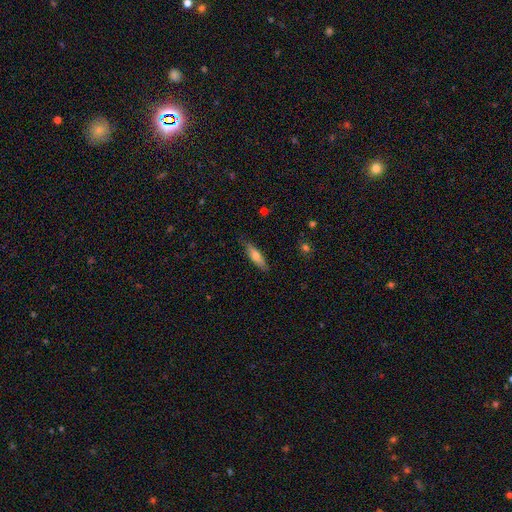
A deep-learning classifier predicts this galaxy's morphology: Q: Smooth or featured?
A: smooth (64%); runner-up: featured or disk (29%)
Q: How rounded?
A: cigar-shaped (71%); runner-up: in between (28%)
Q: Merging?
A: none (83%); runner-up: minor disturbance (14%)